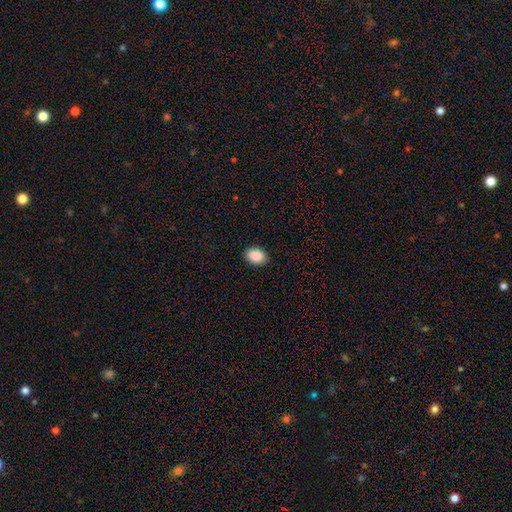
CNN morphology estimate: Smooth or featured? Predicted: smooth (p=0.90). How rounded? Predicted: in between (p=0.82). Merging? Predicted: none (p=0.90).